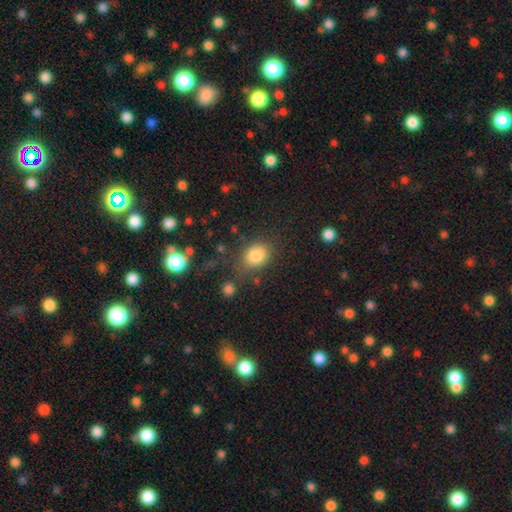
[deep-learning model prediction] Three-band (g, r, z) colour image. It shows a smooth galaxy with no disk features (83%) that is in between round and cigar-shaped (55%). Merging: none (68%).